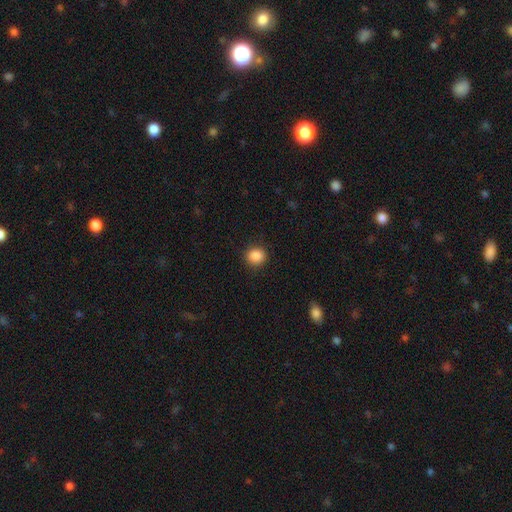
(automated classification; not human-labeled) The model was most divided on "how rounded": round: 86%, in between: 13%, cigar-shaped: 1%. More confident: merging — none (89%); smooth or featured — smooth (88%).